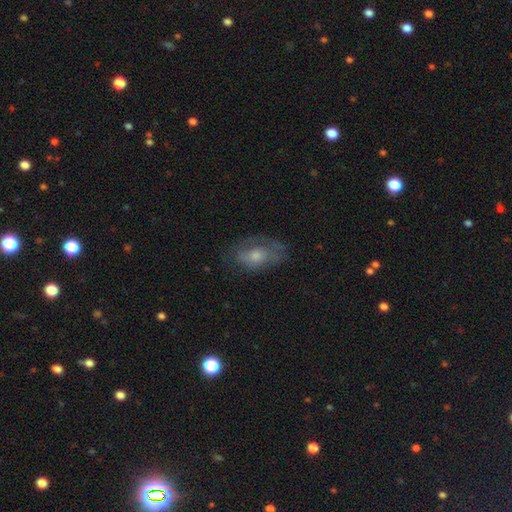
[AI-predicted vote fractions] Smooth or featured? Predicted: featured or disk (p=0.45). Merging? Predicted: none (p=0.62).